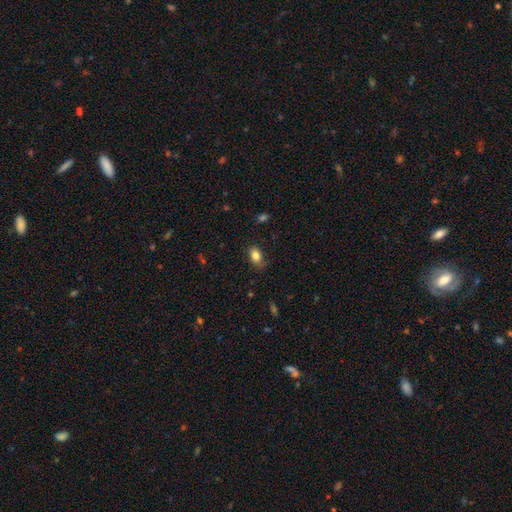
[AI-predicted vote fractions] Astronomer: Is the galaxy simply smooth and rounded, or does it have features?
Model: smooth — 83%.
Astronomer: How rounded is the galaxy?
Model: in between — 86%.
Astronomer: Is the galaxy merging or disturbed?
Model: none — 74%.